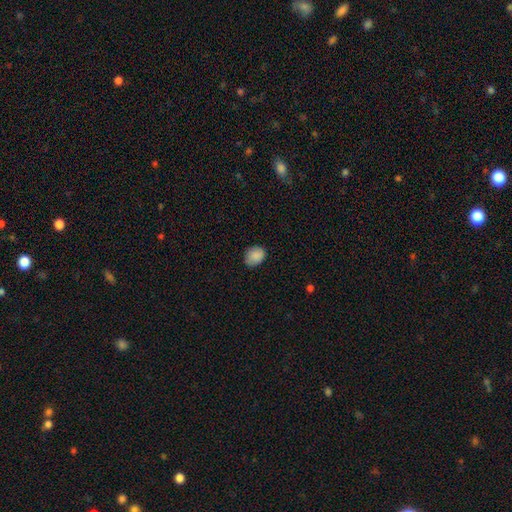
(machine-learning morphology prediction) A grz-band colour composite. It shows a smooth galaxy with no disk features (88%) that is in between round and cigar-shaped (51%). Merging: none (78%).